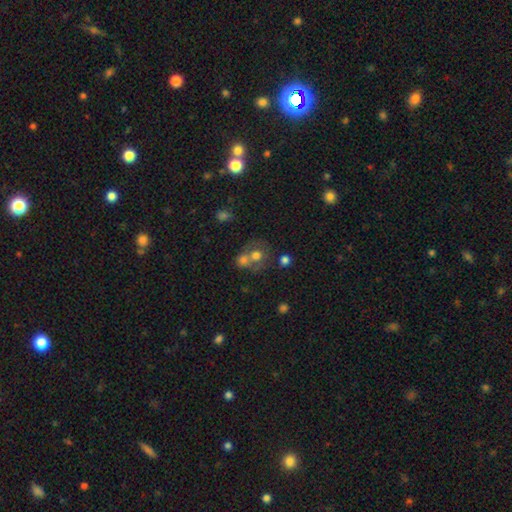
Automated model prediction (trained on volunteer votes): Smooth or featured?
  - smooth: 63% *
  - featured or disk: 25%
  - star or artifact: 13%
How rounded?
  - round: 74% *
  - in between: 25%
  - cigar-shaped: 1%
Merging?
  - merger: 52% *
  - none: 32%
  - minor disturbance: 9%
  - major disturbance: 6%